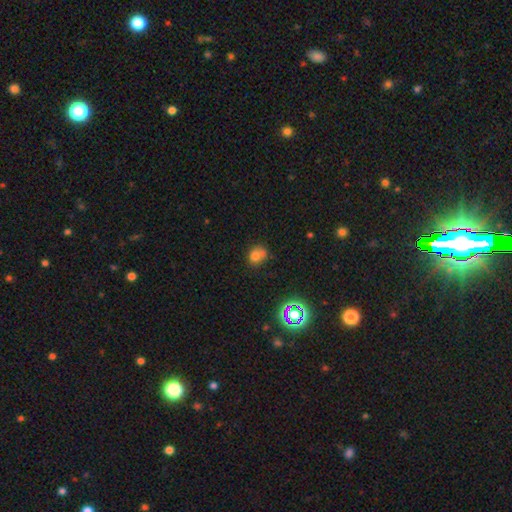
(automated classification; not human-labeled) Smooth or featured? smooth (71%)
How rounded? round (59%)
Merging? none (50%)